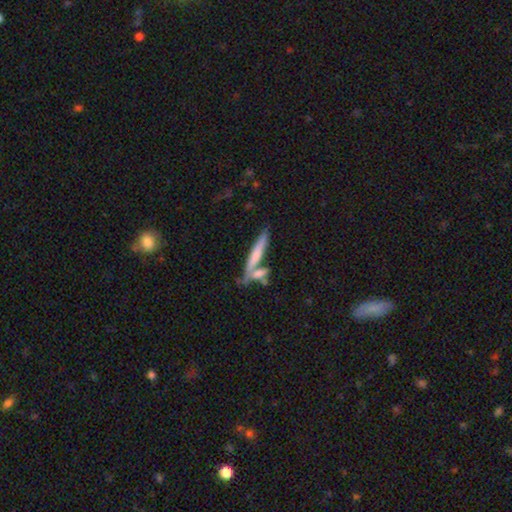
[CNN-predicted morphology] smooth_or_featured: smooth (p=0.55) [alt: featured or disk p=0.38]
how_rounded: cigar-shaped (p=0.88) [alt: in between p=0.10]
merging: none (p=0.56) [alt: merger p=0.29]